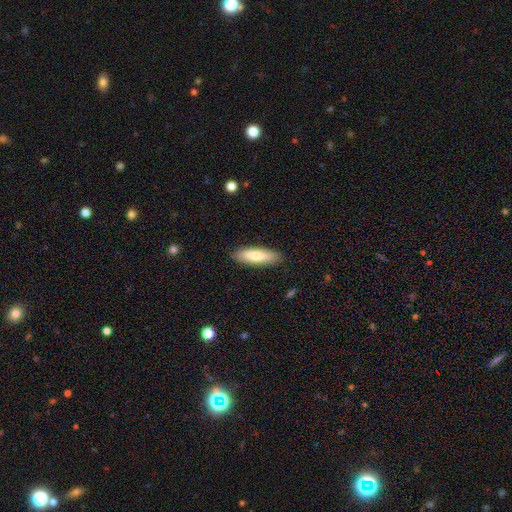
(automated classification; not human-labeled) This appears to be a smooth galaxy with no disk features (74%) that is cigar-shaped (54%). Merging: none (87%).